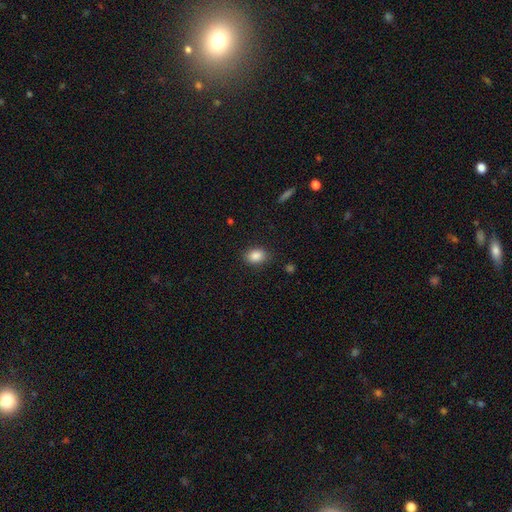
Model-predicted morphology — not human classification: smooth-or-featured: smooth: 87% | star or artifact: 9% | featured or disk: 5%
  how-rounded: in between: 70% | round: 29% | cigar-shaped: 1%
  merging: none: 85% | minor disturbance: 11% | major disturbance: 3% | merger: 1%